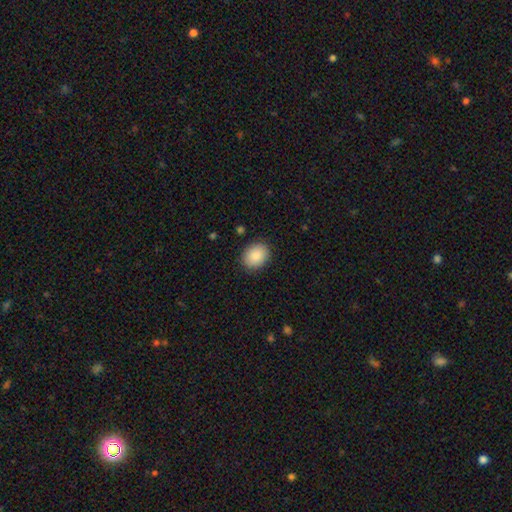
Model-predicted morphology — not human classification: smooth-or-featured: smooth: 88% | star or artifact: 7% | featured or disk: 5%
  how-rounded: round: 50% | in between: 49% | cigar-shaped: 1%
  merging: none: 88% | minor disturbance: 9% | major disturbance: 2% | merger: 1%